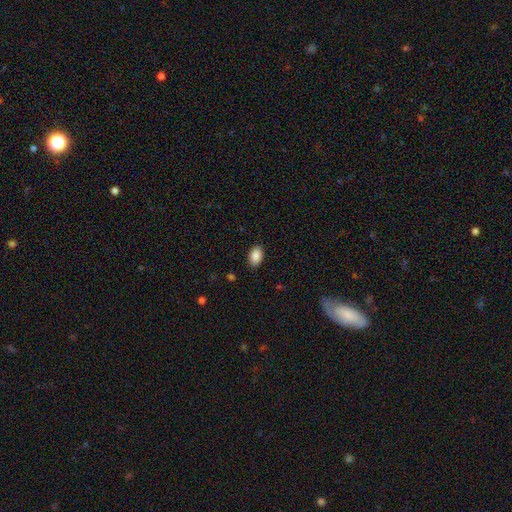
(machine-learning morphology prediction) Smooth or featured? smooth (89%)
How rounded? in between (89%)
Merging? none (88%)